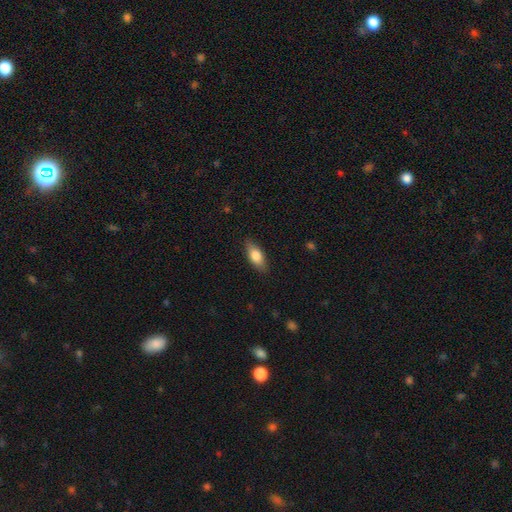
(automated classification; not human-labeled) This appears to be a smooth galaxy with no disk features (79%) that is in between round and cigar-shaped (81%). Merging: none (86%).